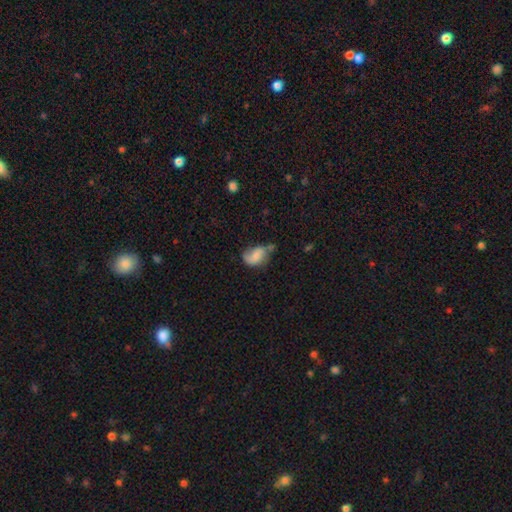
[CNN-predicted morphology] smooth 57%, featured or disk 34%, star or artifact 9%. Down the decision tree: how rounded — in between (78%); merging — none (35%).